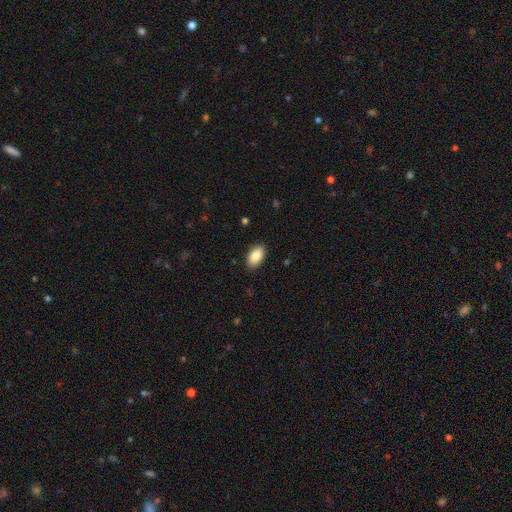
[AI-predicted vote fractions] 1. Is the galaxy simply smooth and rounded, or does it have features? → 87% smooth, 7% star or artifact, 6% featured or disk.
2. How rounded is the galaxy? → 94% in between, 5% round, 1% cigar-shaped.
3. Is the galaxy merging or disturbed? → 88% none, 9% minor disturbance, 2% major disturbance, 1% merger.